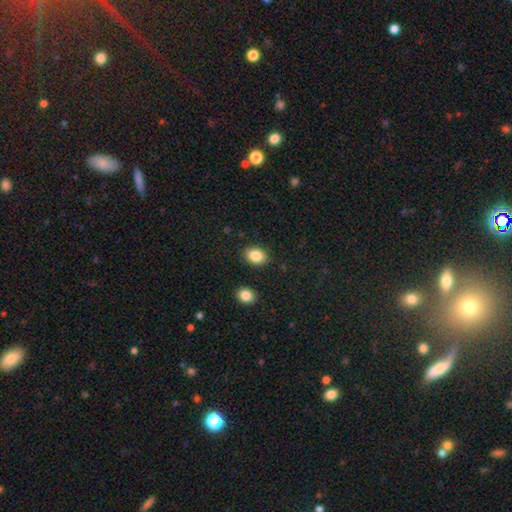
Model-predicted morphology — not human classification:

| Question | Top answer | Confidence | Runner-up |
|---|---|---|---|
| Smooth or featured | smooth | 86% | star or artifact (8%) |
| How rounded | in between | 71% | round (28%) |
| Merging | none | 87% | minor disturbance (8%) |